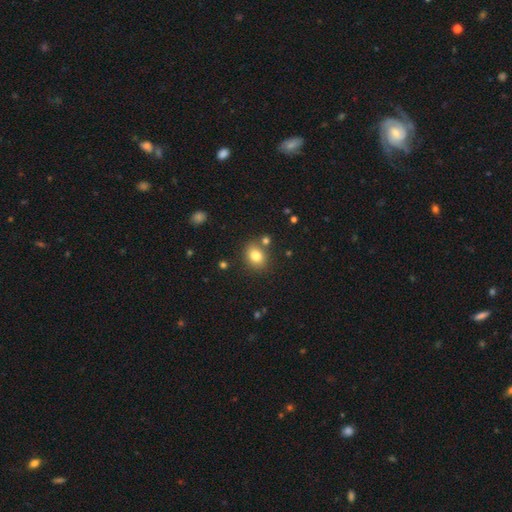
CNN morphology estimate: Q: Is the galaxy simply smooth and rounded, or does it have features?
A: smooth — 81%.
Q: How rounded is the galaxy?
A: round — 51%.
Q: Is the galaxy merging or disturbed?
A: none — 77%.